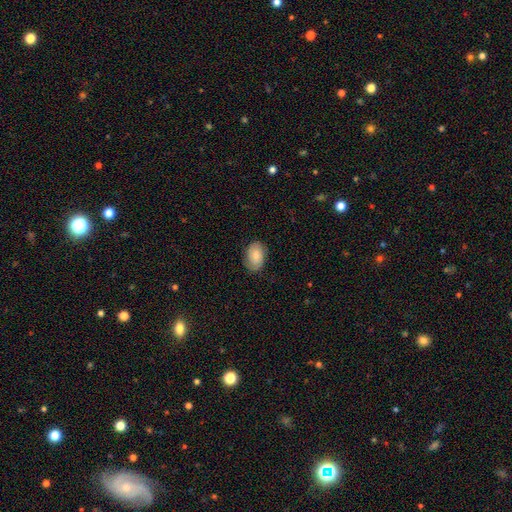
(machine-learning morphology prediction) smooth-or-featured: smooth: 76% | featured or disk: 17% | star or artifact: 7%
  how-rounded: in between: 88% | round: 10% | cigar-shaped: 1%
  merging: none: 81% | minor disturbance: 15% | major disturbance: 3% | merger: 1%